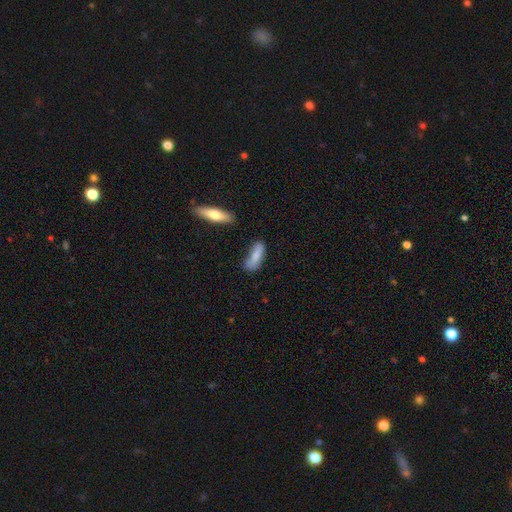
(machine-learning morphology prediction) The model was most divided on "how rounded": in between: 53%, cigar-shaped: 45%, round: 2%. More confident: smooth or featured — smooth (80%); merging — none (55%).